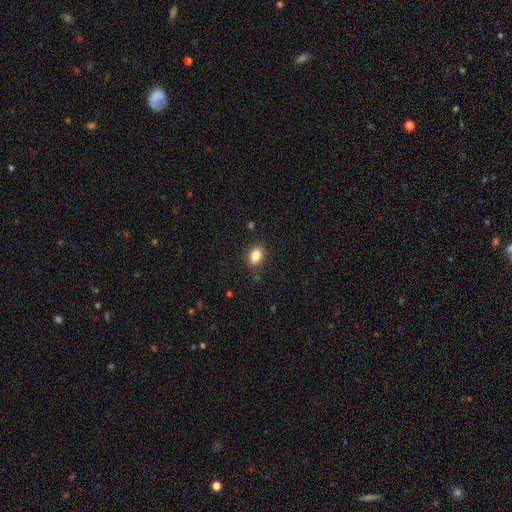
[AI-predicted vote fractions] Smooth or featured?
  - smooth: 85% *
  - star or artifact: 9%
  - featured or disk: 6%
How rounded?
  - in between: 83% *
  - round: 15%
  - cigar-shaped: 2%
Merging?
  - none: 87% *
  - minor disturbance: 9%
  - major disturbance: 2%
  - merger: 1%